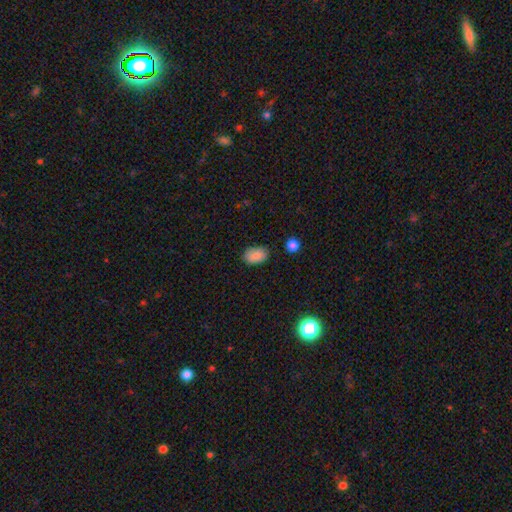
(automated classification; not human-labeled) Overall: smooth (86%). How rounded: in between (88%). Merging: none (80%).